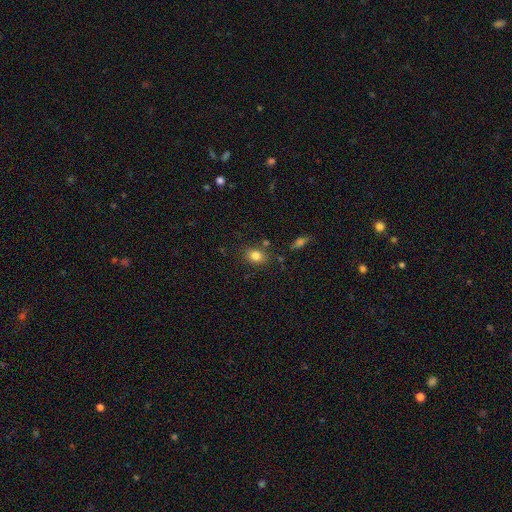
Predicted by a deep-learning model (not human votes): This is clearly a smooth galaxy (83%). How rounded: likely in between (62%). Merging: likely none (76%).